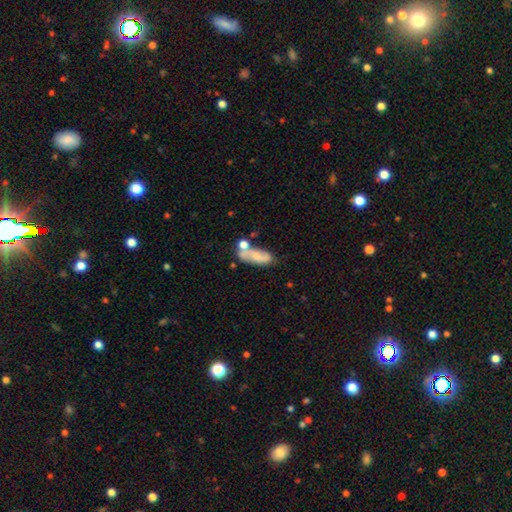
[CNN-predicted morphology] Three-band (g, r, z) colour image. It shows a smooth galaxy with no disk features (48%). Merging: none (40%).